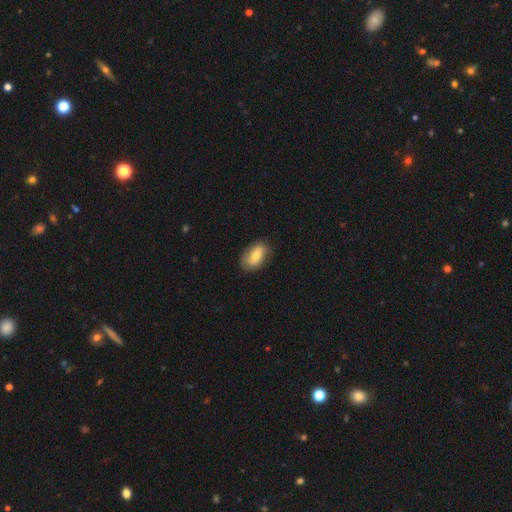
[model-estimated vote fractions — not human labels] smooth-or-featured: smooth: 64% | featured or disk: 29% | star or artifact: 7%
  how-rounded: in between: 89% | round: 9% | cigar-shaped: 3%
  merging: none: 80% | minor disturbance: 15% | major disturbance: 3% | merger: 1%